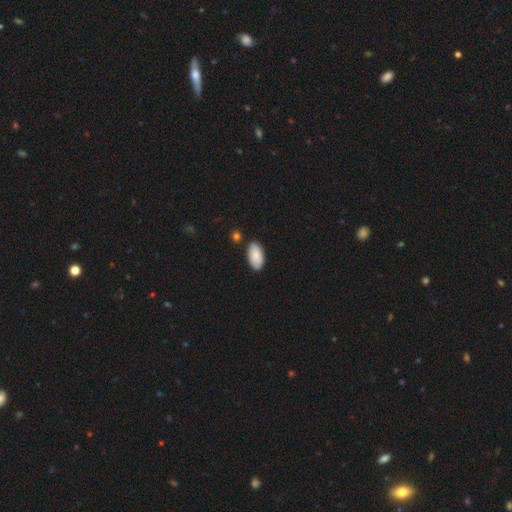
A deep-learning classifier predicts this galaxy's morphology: A smooth galaxy with no disk features (87%) that is in between round and cigar-shaped (96%).

Vote fractions:
- Smooth or featured? smooth: 87% / featured or disk: 7% / star or artifact: 6%
- How rounded? in between: 96% / round: 2% / cigar-shaped: 2%
- Merging? none: 83% / minor disturbance: 12% / merger: 4% / major disturbance: 2%